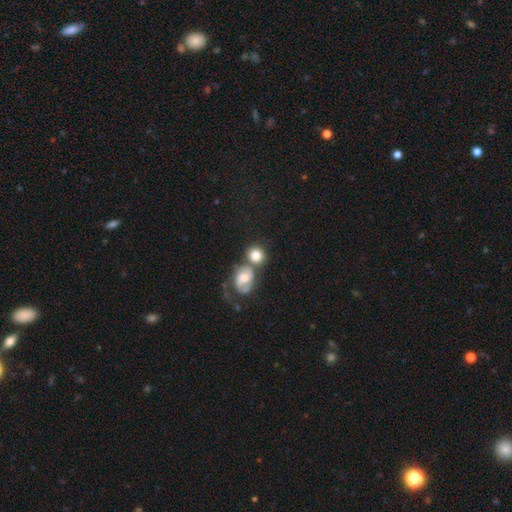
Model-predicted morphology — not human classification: This is likely a smooth galaxy (73%). How rounded: likely round (74%). Merging: possibly merger (47%).